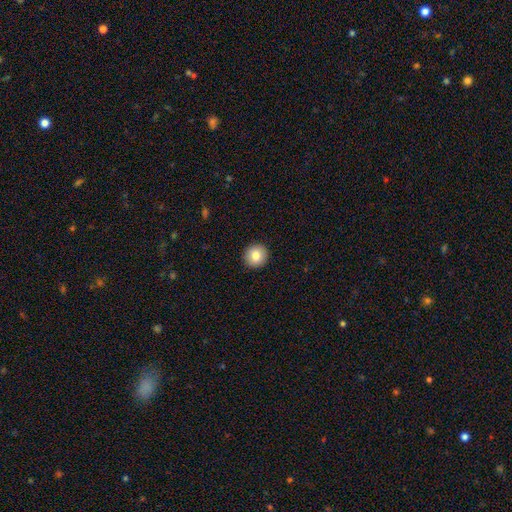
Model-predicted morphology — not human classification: type=smooth (83%); roundness=round (93%); merging=none (93%).